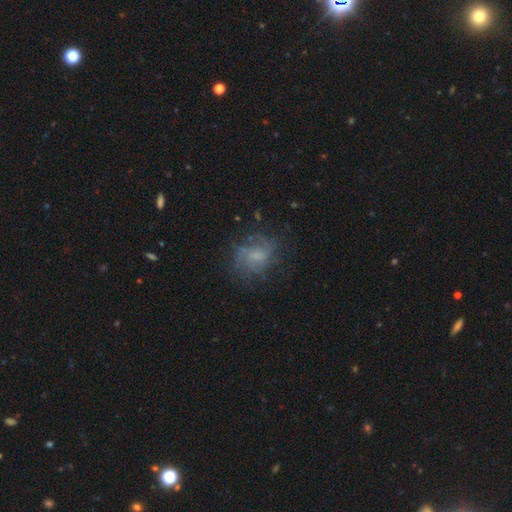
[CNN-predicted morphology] Smooth or featured: featured or disk — 51% (smooth — 36%)
Edge-on disk: no — 97% (yes — 3%)
Bar: no — 63% (weak — 33%)
Spiral arms: yes — 68% (no — 32%)
Bulge size: none — 36% (small — 30%)
Merging: none — 62% (minor disturbance — 20%)